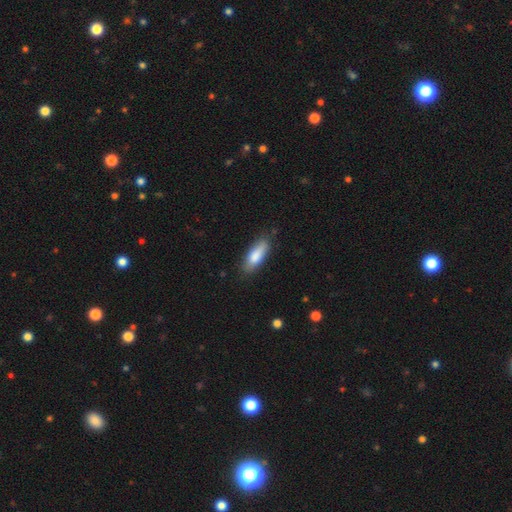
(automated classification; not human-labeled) smooth_or_featured: smooth (p=0.83) [alt: featured or disk p=0.11]
how_rounded: in between (p=0.66) [alt: cigar-shaped p=0.32]
merging: none (p=0.77) [alt: minor disturbance p=0.18]